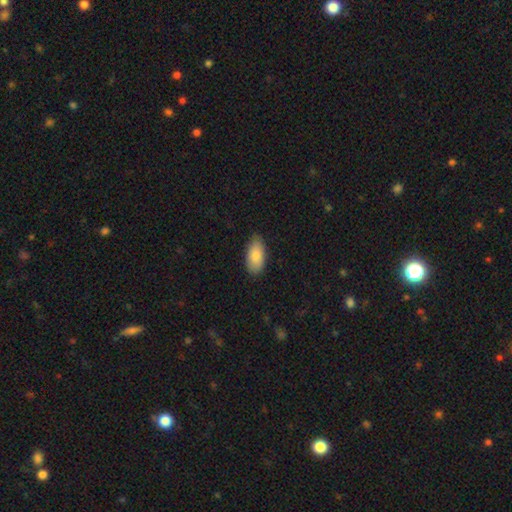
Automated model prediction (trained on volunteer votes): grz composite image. It shows a smooth galaxy with no disk features (84%) that is in between round and cigar-shaped (93%). Merging: none (81%).